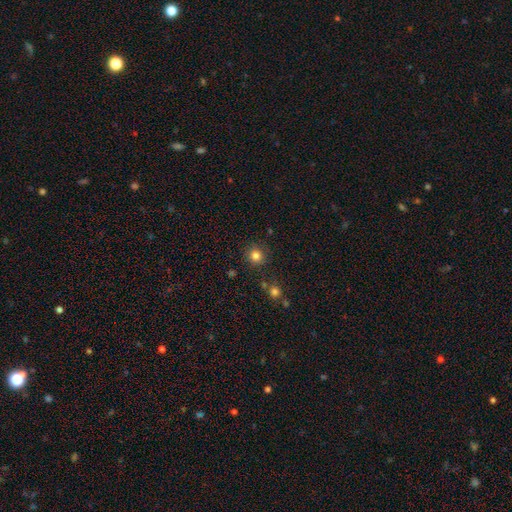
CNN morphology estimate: A smooth galaxy with no disk features (82%) that is round (91%). Merging: none (87%).